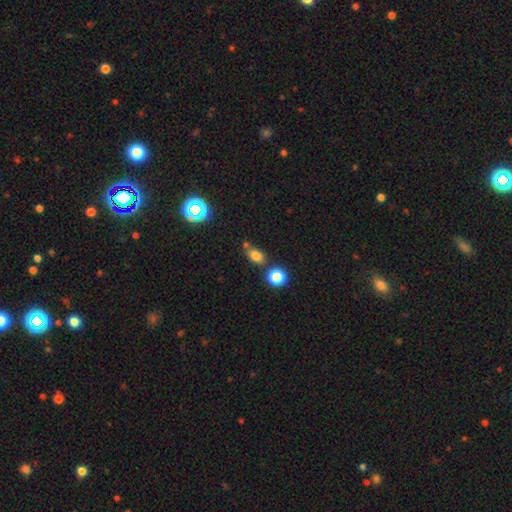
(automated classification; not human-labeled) Smooth or featured? Predicted: smooth (p=0.77). How rounded? Predicted: in between (p=0.69). Merging? Predicted: none (p=0.63).